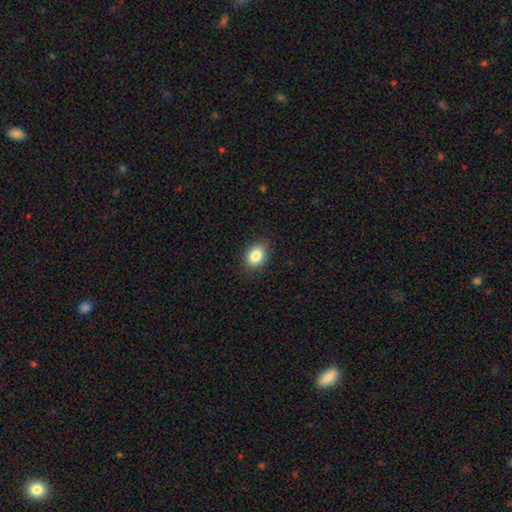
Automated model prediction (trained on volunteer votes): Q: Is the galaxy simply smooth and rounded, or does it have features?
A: smooth — 85%.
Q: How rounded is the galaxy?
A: in between — 57%.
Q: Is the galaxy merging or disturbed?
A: none — 88%.